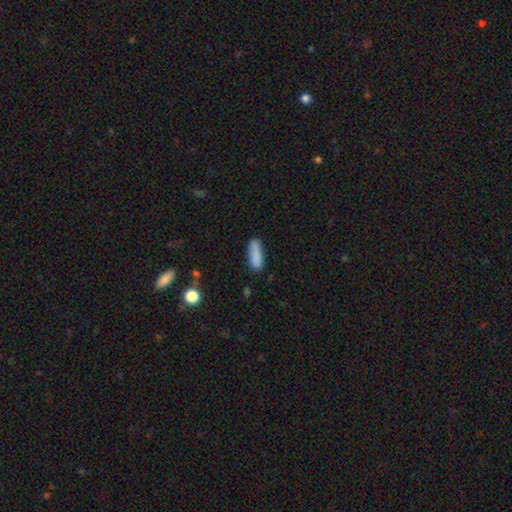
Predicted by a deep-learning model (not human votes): Q: Smooth or featured?
A: smooth (86%); runner-up: star or artifact (8%)
Q: How rounded?
A: in between (56%); runner-up: cigar-shaped (42%)
Q: Merging?
A: none (71%); runner-up: minor disturbance (21%)